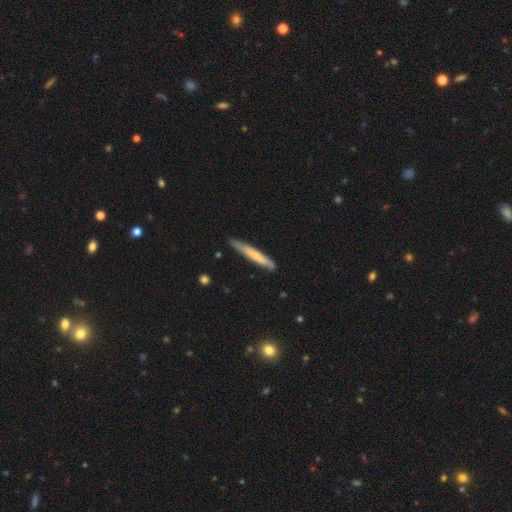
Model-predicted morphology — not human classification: This is likely a smooth galaxy (62%). How rounded: clearly cigar-shaped (95%). Merging: likely none (78%).